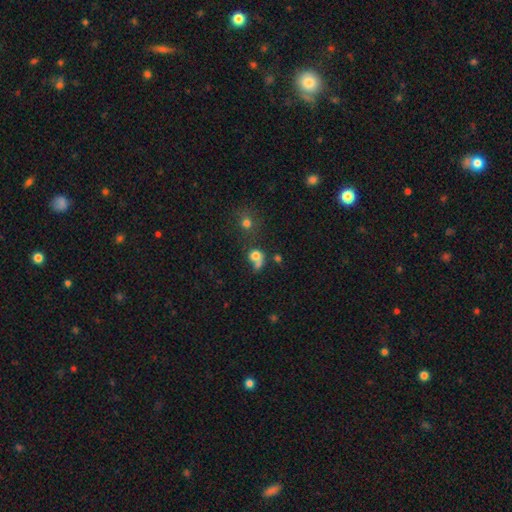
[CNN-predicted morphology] smooth 72%, featured or disk 14%, star or artifact 14%. Down the decision tree: how rounded — round (68%); merging — merger (39%).